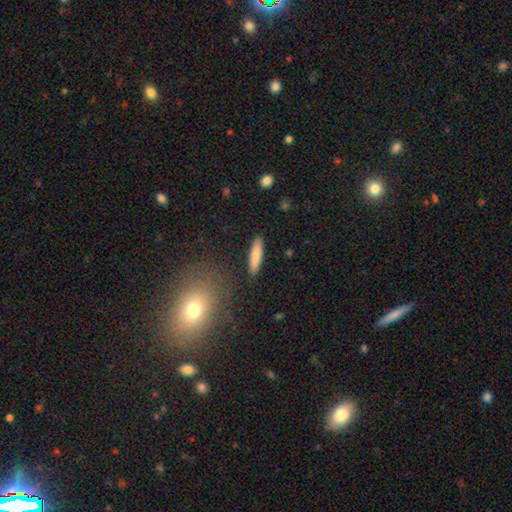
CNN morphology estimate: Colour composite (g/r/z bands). It shows a smooth galaxy with no disk features (83%) that is cigar-shaped (79%). Merging: none (90%).